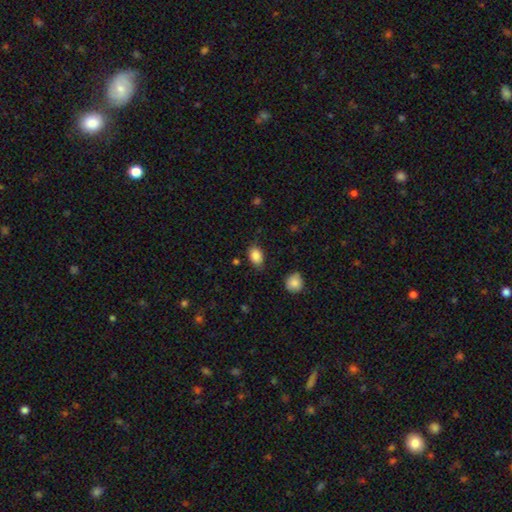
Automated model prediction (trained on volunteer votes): The model was most divided on "merging": none: 78%, minor disturbance: 16%, major disturbance: 4%, merger: 2%. More confident: smooth or featured — smooth (87%); how rounded — in between (81%).